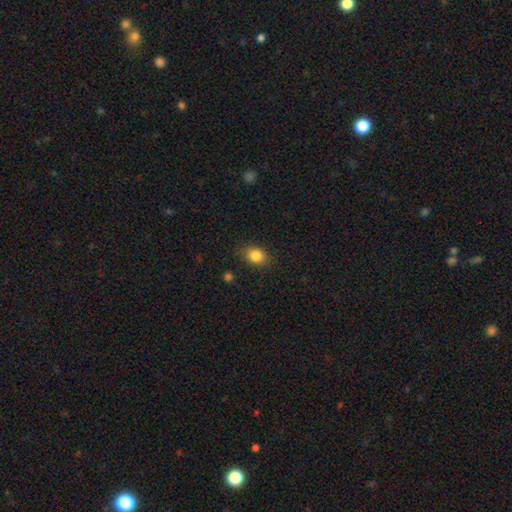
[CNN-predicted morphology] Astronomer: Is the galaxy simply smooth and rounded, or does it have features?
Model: smooth — 84%.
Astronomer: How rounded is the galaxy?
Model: in between — 50% (runner-up: round, 48%).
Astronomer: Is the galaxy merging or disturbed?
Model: none — 81%.